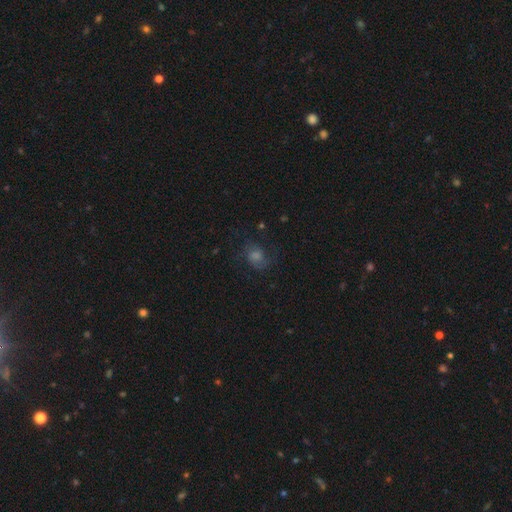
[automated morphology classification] smooth_or_featured: featured or disk (p=0.45) [alt: smooth p=0.31]
merging: none (p=0.71) [alt: minor disturbance p=0.16]